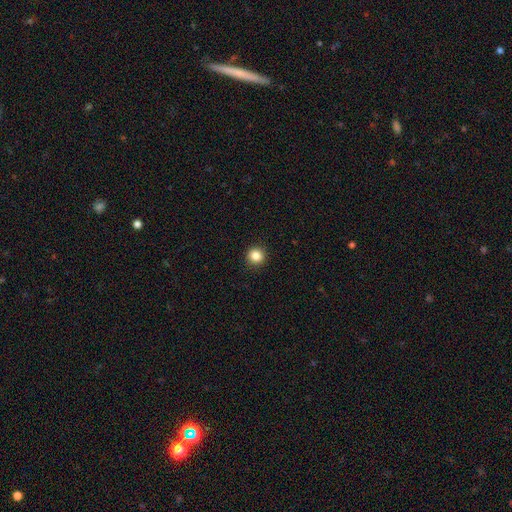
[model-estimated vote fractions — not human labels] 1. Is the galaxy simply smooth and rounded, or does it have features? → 85% smooth, 11% star or artifact, 4% featured or disk.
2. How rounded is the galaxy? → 95% round, 4% in between, 1% cigar-shaped.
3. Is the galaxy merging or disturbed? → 93% none, 4% minor disturbance, 2% major disturbance, 1% merger.